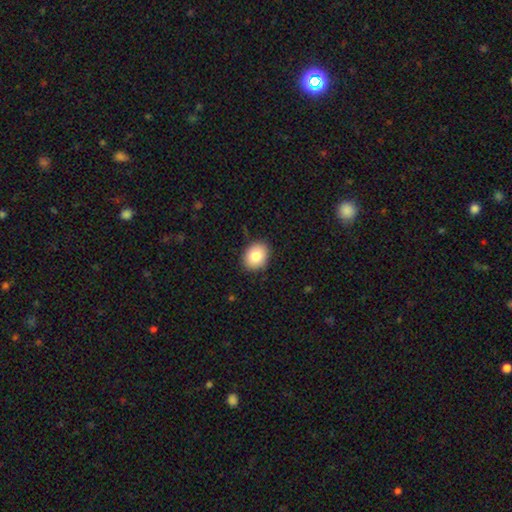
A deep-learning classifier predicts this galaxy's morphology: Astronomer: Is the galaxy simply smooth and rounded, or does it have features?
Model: smooth — 82%.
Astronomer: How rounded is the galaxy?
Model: in between — 52% (runner-up: round, 47%).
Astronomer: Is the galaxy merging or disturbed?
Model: none — 88%.